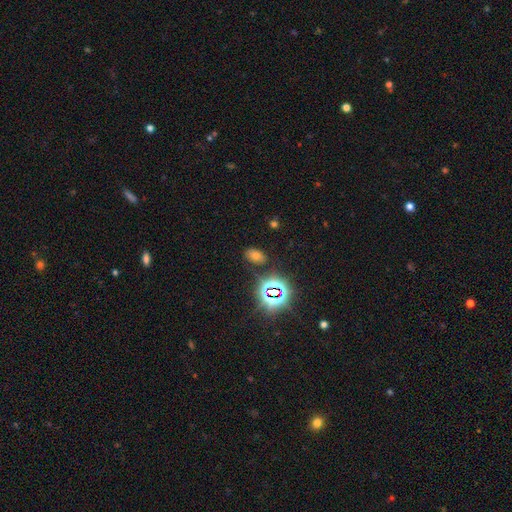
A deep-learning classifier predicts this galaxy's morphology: smooth-or-featured: smooth: 52% | star or artifact: 38% | featured or disk: 10%
  how-rounded: in between: 84% | round: 14% | cigar-shaped: 2%
  merging: none: 83% | minor disturbance: 10% | major disturbance: 4% | merger: 3%